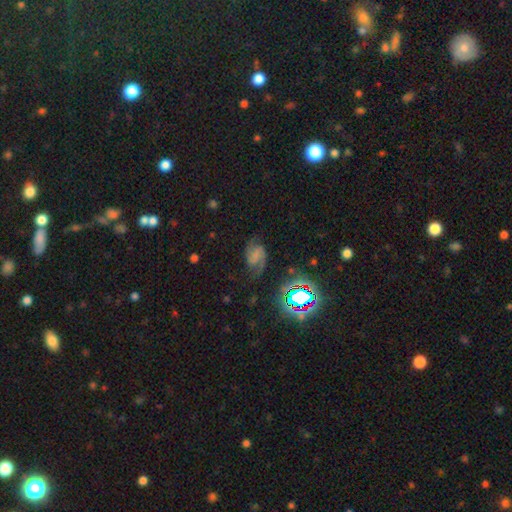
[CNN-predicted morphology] A featured or disk galaxy (66%) with no bar (40%, tied with weak), 2 (90%) medium (48%) spiral arms (94%) and no central bulge (57%). Merging: none (66%).